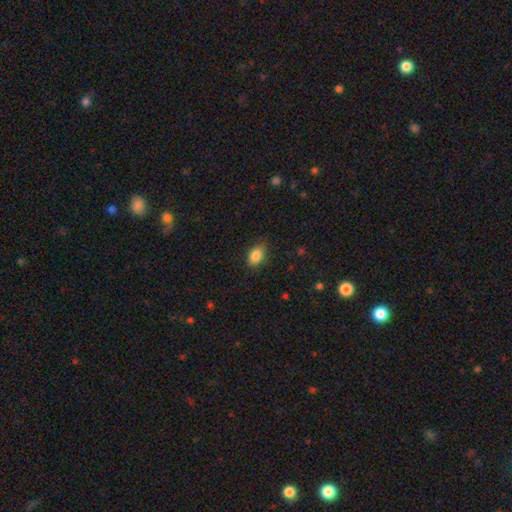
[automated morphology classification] Smooth or featured?
  - smooth: 86% *
  - star or artifact: 9%
  - featured or disk: 5%
How rounded?
  - in between: 82% *
  - round: 16%
  - cigar-shaped: 2%
Merging?
  - none: 78% *
  - minor disturbance: 17%
  - major disturbance: 3%
  - merger: 1%